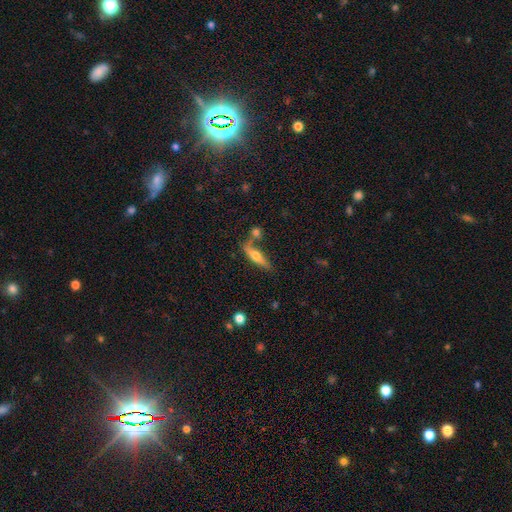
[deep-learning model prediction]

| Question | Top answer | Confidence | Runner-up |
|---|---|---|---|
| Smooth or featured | featured or disk | 47% | smooth (46%) |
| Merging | none | 63% | merger (18%) |